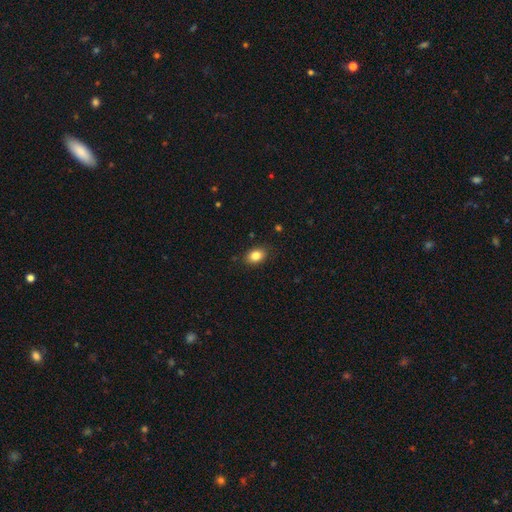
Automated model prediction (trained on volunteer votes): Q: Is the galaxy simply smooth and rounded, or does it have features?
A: smooth — 84%.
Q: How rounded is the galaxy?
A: in between — 77%.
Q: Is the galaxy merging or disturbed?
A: none — 86%.